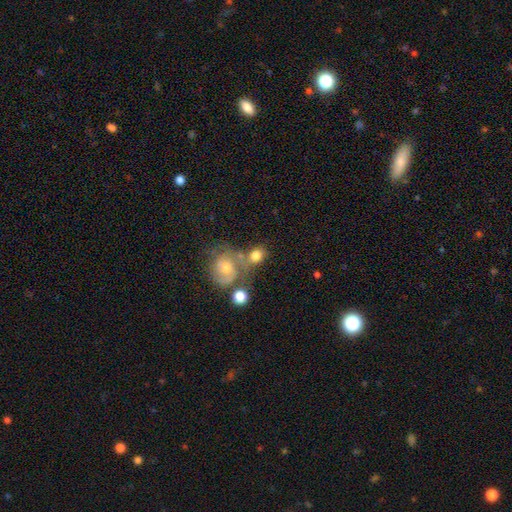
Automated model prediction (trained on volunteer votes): Overall: smooth (66%). How rounded: round (59%; in between 40%). Merging: none (43%; merger 34%).